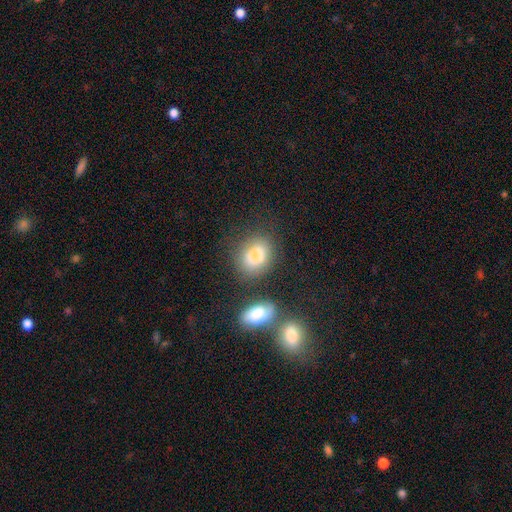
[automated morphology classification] This appears to be a smooth galaxy with no disk features (83%) that is in between round and cigar-shaped (66%). Merging: none (59%).